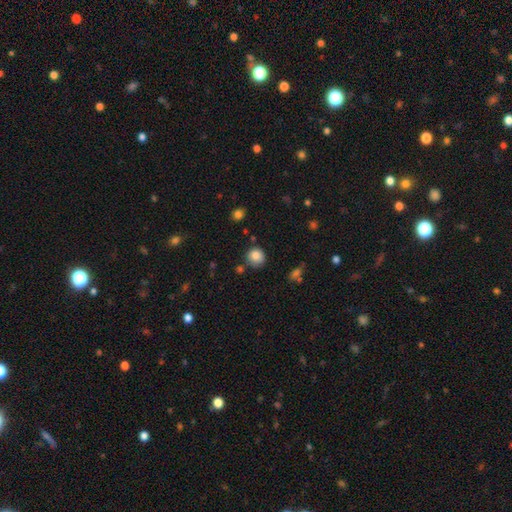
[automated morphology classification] smooth-or-featured: smooth: 83% | star or artifact: 10% | featured or disk: 7%
  how-rounded: round: 89% | in between: 10% | cigar-shaped: 1%
  merging: none: 78% | minor disturbance: 14% | merger: 5% | major disturbance: 3%